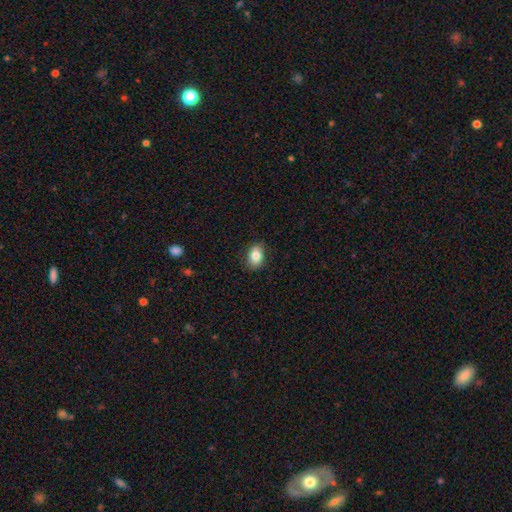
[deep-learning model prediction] Smooth or featured: smooth — 82% (featured or disk — 9%)
How rounded: in between — 77% (round — 21%)
Merging: none — 86% (minor disturbance — 11%)